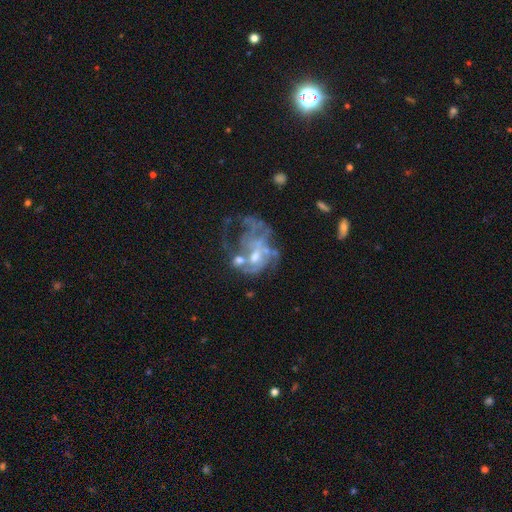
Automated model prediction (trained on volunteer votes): smooth-or-featured: featured or disk: 72% | smooth: 15% | star or artifact: 13%
  disk-edge-on: no: 98% | yes: 2%
    bar: no: 76% | weak: 20% | strong: 4%
    has-spiral-arms: no: 60% | yes: 40%
    bulge-size: moderate: 43% | small: 33% | none: 19% | large: 4% | dominant: 1%
  merging: major disturbance: 43% | none: 22% | merger: 21% | minor disturbance: 14%